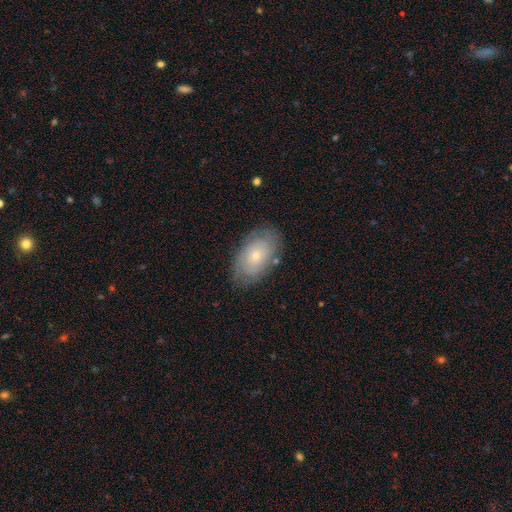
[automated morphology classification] This appears to be a featured or disk galaxy (49%). Merging: none (79%).